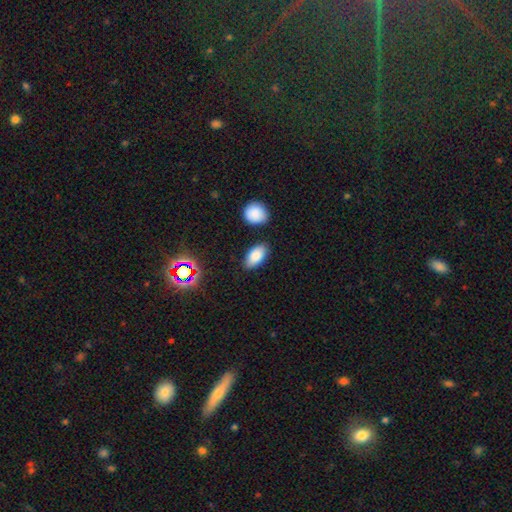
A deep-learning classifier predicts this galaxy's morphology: The model was most divided on "merging": none: 80%, minor disturbance: 12%, merger: 4%, major disturbance: 3%. More confident: how rounded — in between (93%); smooth or featured — smooth (84%).